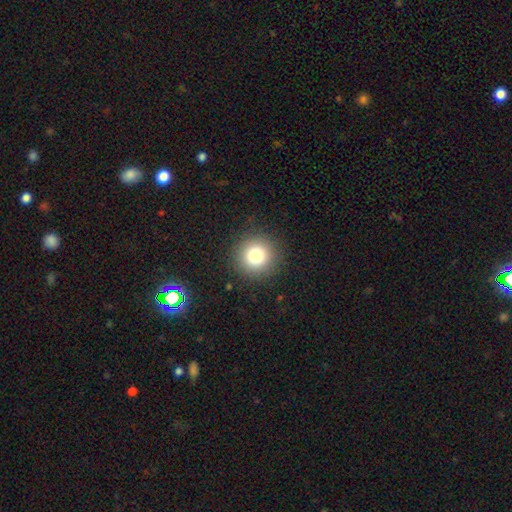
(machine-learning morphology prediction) A smooth galaxy with no disk features (81%) that is round (95%).

Vote fractions:
- Smooth or featured? smooth: 81% / star or artifact: 11% / featured or disk: 7%
- How rounded? round: 95% / in between: 4% / cigar-shaped: 1%
- Merging? none: 90% / minor disturbance: 6% / major disturbance: 2% / merger: 1%